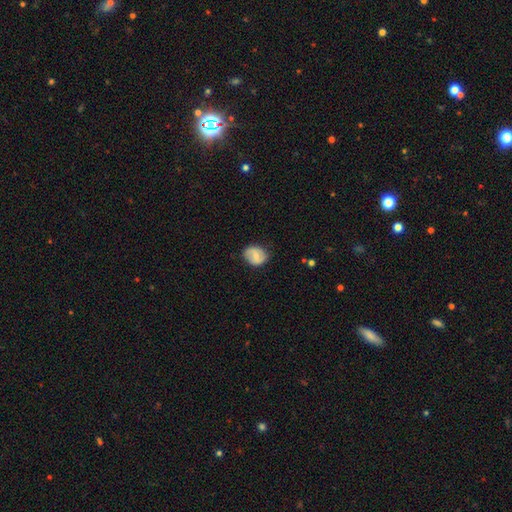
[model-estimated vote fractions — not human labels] Smooth or featured: smooth — 57% (featured or disk — 36%)
How rounded: round — 53% (in between — 46%)
Merging: none — 75% (minor disturbance — 20%)